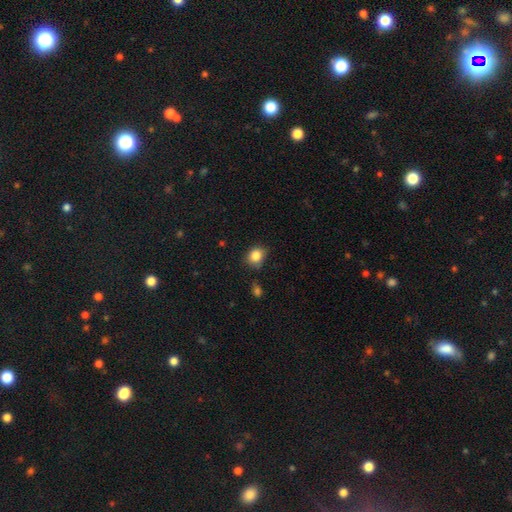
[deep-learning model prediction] Smooth or featured: smooth — 84% (star or artifact — 10%)
How rounded: round — 63% (in between — 37%)
Merging: none — 71% (minor disturbance — 21%)